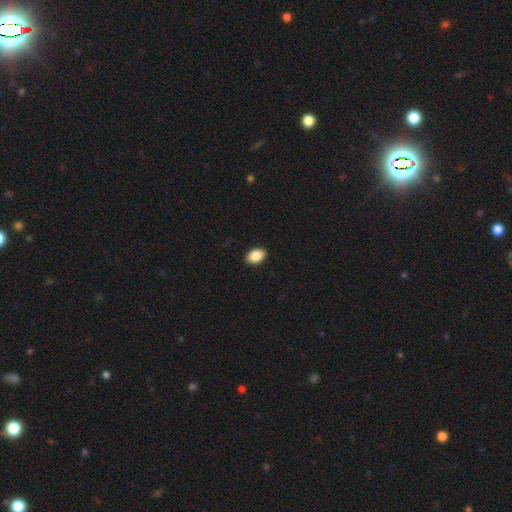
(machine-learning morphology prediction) This is clearly a smooth galaxy (89%). How rounded: clearly in between (80%). Merging: clearly none (90%).